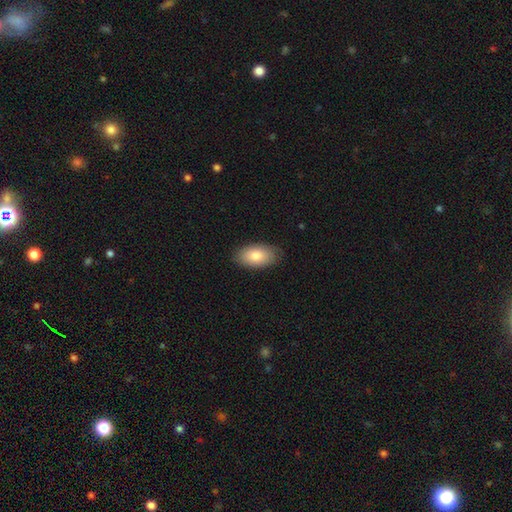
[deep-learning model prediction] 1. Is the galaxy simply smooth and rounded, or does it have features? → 82% smooth, 12% featured or disk, 7% star or artifact.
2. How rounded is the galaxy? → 94% in between, 4% round, 2% cigar-shaped.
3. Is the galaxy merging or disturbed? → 86% none, 11% minor disturbance, 2% major disturbance, 1% merger.